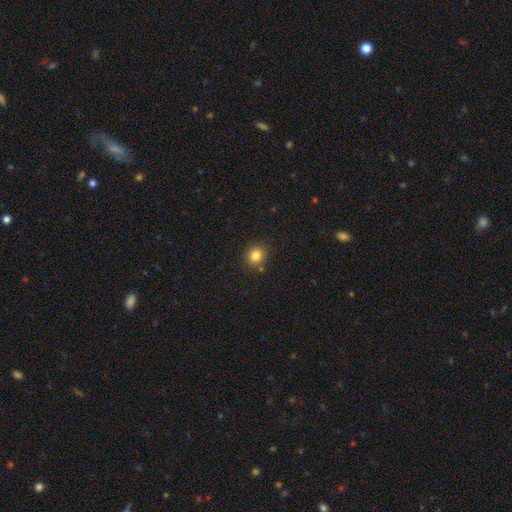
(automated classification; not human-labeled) Q: Smooth or featured?
A: smooth (83%); runner-up: star or artifact (12%)
Q: How rounded?
A: round (84%); runner-up: in between (15%)
Q: Merging?
A: none (81%); runner-up: minor disturbance (11%)